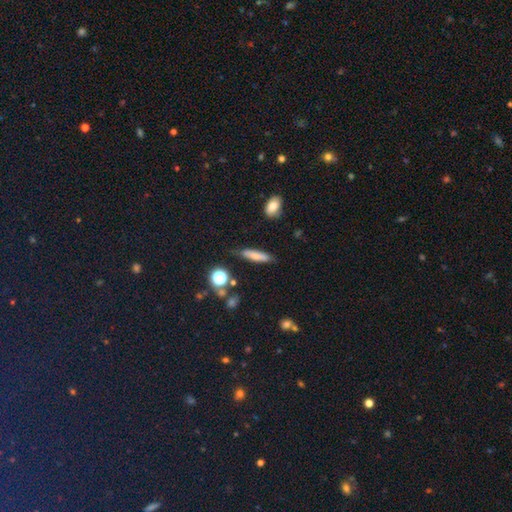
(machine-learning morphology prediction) Smooth or featured? Predicted: smooth (p=0.70). How rounded? Predicted: cigar-shaped (p=0.78). Merging? Predicted: none (p=0.75).